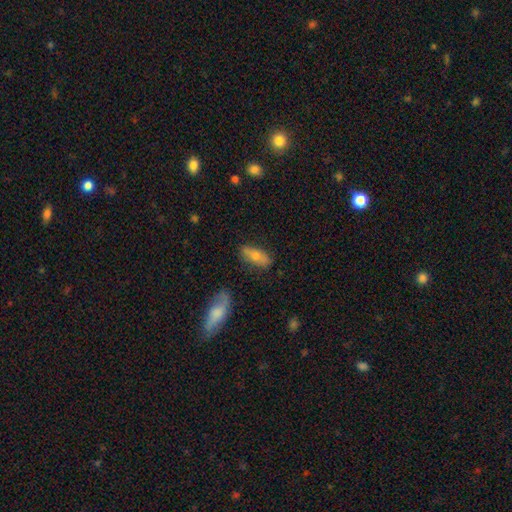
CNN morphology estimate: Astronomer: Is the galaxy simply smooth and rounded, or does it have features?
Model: smooth — 59%.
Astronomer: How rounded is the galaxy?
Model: in between — 67%.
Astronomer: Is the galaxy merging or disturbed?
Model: none — 81%.